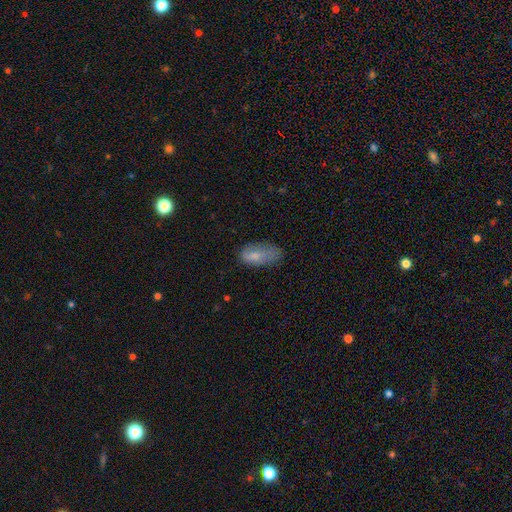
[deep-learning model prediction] smooth-or-featured: smooth: 76% | featured or disk: 17% | star or artifact: 7%
  how-rounded: in between: 91% | cigar-shaped: 6% | round: 3%
  merging: none: 47% | minor disturbance: 36% | major disturbance: 15% | merger: 2%